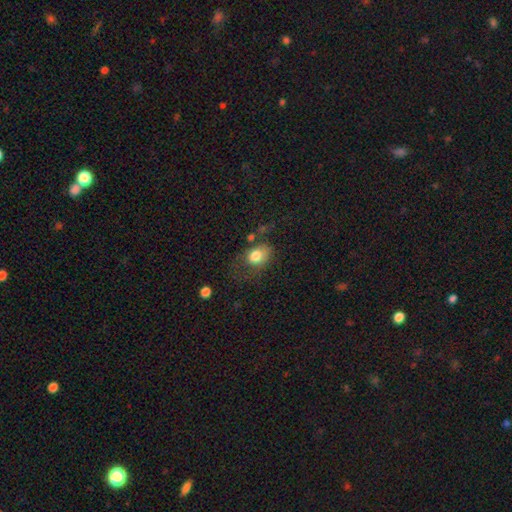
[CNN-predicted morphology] Smooth or featured? Predicted: smooth (p=0.78). How rounded? Predicted: in between (p=0.65). Merging? Predicted: none (p=0.42).